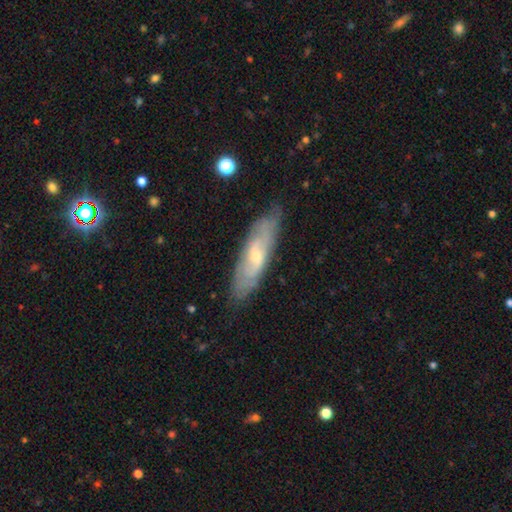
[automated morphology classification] A featured or disk galaxy (65%).

Vote fractions:
- Smooth or featured? featured or disk: 65% / smooth: 29% / star or artifact: 7%
- Edge-on disk? no: 71% / yes: 29%
- Merging? none: 77% / minor disturbance: 17% / major disturbance: 4% / merger: 1%